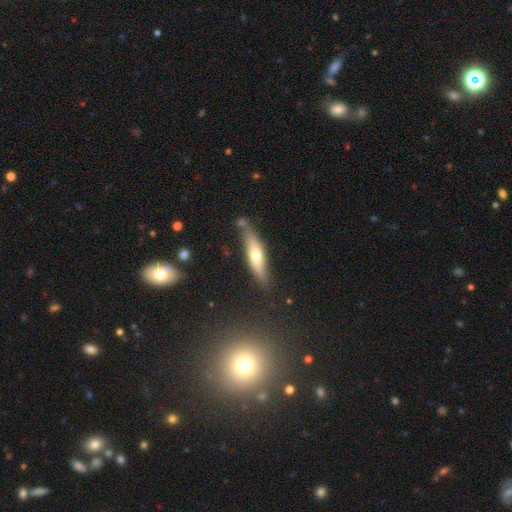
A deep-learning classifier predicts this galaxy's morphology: type=smooth (51%); roundness=cigar-shaped (76%); merging=none (71%).